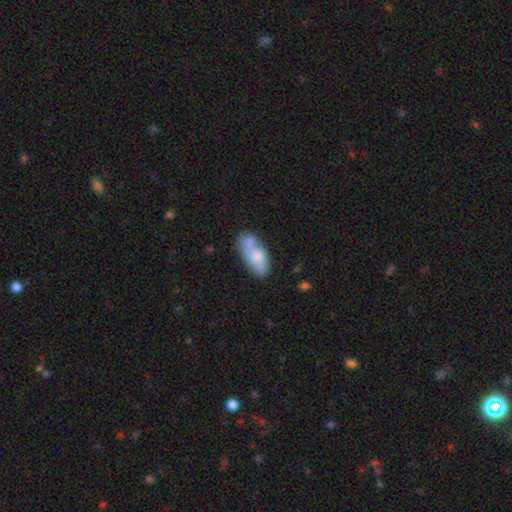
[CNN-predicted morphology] A smooth galaxy with no disk features (65%) that is in between round and cigar-shaped (89%).

Vote fractions:
- Smooth or featured? smooth: 65% / featured or disk: 28% / star or artifact: 7%
- How rounded? in between: 89% / cigar-shaped: 8% / round: 4%
- Merging? none: 38% / merger: 34% / minor disturbance: 20% / major disturbance: 9%